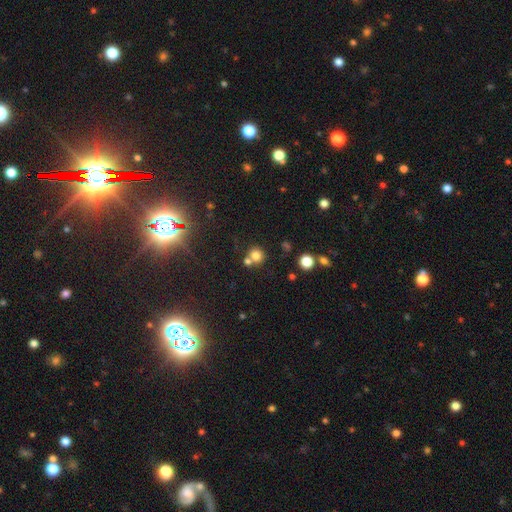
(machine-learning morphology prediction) This is likely a smooth galaxy (76%). How rounded: clearly round (89%). Merging: possibly none (59%).